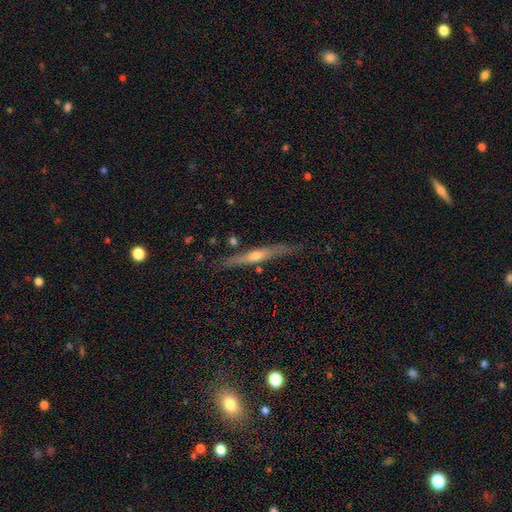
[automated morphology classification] This appears to be a featured or disk galaxy (64%) viewed edge-on (94%) with a rounded central bulge (77%). Merging: none (81%).